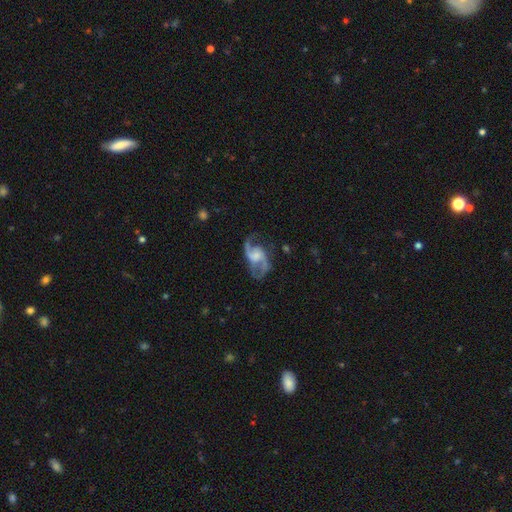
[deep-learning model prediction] Q: Smooth or featured?
A: featured or disk (86%); runner-up: smooth (8%)
Q: Edge-on disk?
A: no (97%); runner-up: yes (3%)
Q: Bar?
A: no (50%); runner-up: weak (40%)
Q: Spiral arms?
A: yes (95%); runner-up: no (5%)
Q: Spiral winding?
A: loose (49%); runner-up: medium (43%)
Q: Spiral arm count?
A: 2 (88%); runner-up: can't tell (4%)
Q: Bulge size?
A: small (34%); runner-up: moderate (30%)
Q: Merging?
A: none (63%); runner-up: minor disturbance (18%)